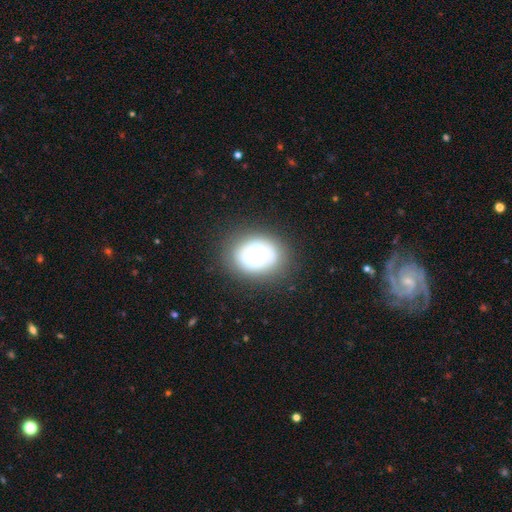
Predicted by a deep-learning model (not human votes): Morphology: type=featured or disk (51%); edge-on=no (96%); merging=none (74%).